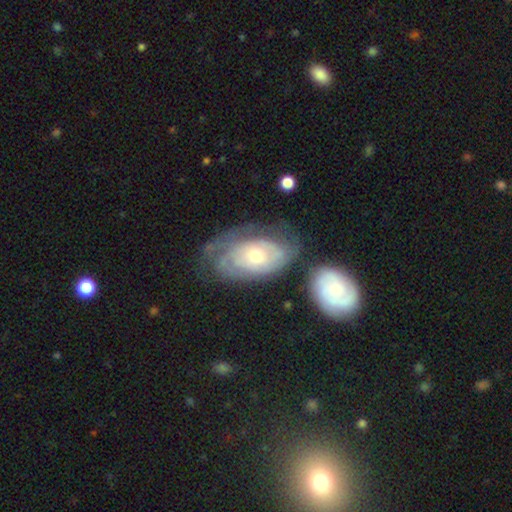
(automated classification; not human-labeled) This is likely a featured or disk galaxy (73%). It is clearly not viewed edge-on (94%). Bar: clearly no (80%). Spiral arm pattern: clearly yes (83%). Spiral arm count: possibly can't tell (55%). Spiral winding: likely tight (70%). Central bulge: possibly moderate (56%). Merging: possibly none (49%).